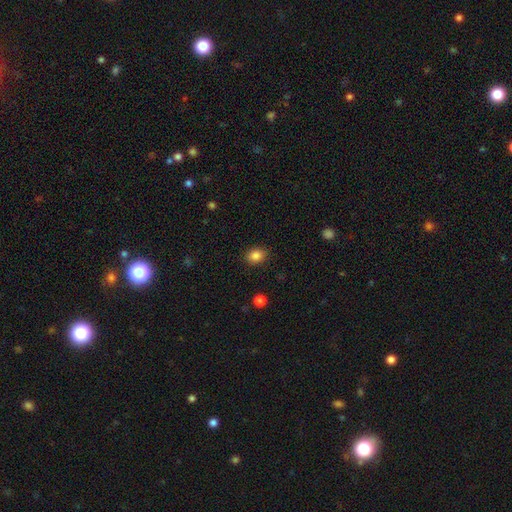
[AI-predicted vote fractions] Morphology: type=smooth (85%); roundness=in between (58%); merging=none (88%).